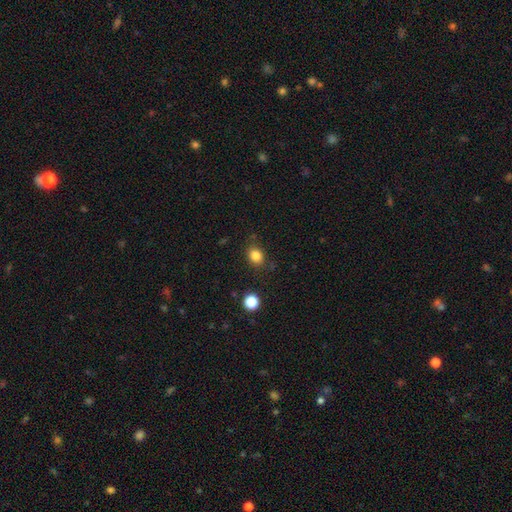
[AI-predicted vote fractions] This is clearly a smooth galaxy (84%). How rounded: possibly round (53%). Merging: clearly none (81%).